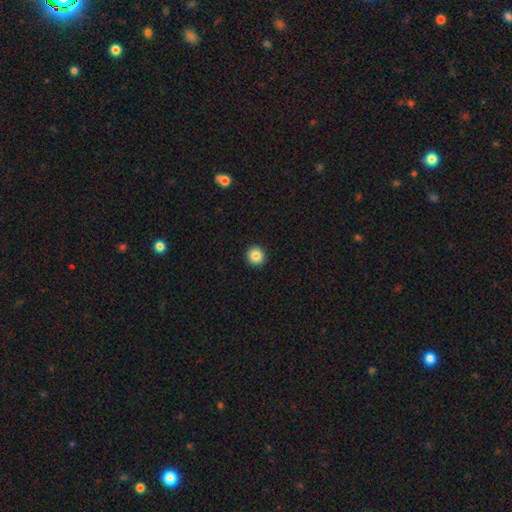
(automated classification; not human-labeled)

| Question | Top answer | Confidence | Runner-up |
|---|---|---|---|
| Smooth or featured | smooth | 86% | star or artifact (10%) |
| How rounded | round | 95% | in between (4%) |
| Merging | none | 93% | minor disturbance (4%) |